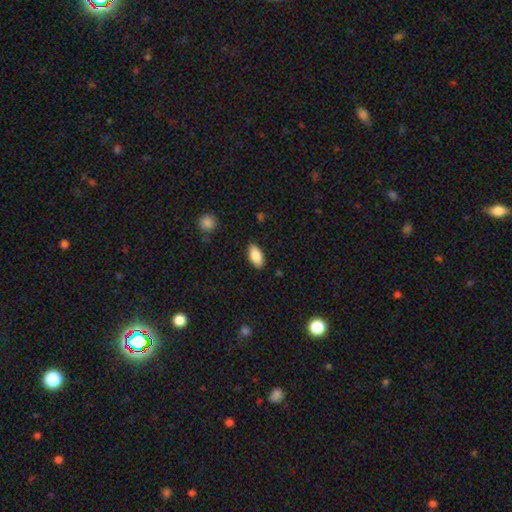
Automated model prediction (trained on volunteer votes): Q: Smooth or featured?
A: smooth (87%); runner-up: star or artifact (7%)
Q: How rounded?
A: in between (93%); runner-up: cigar-shaped (4%)
Q: Merging?
A: none (87%); runner-up: minor disturbance (10%)